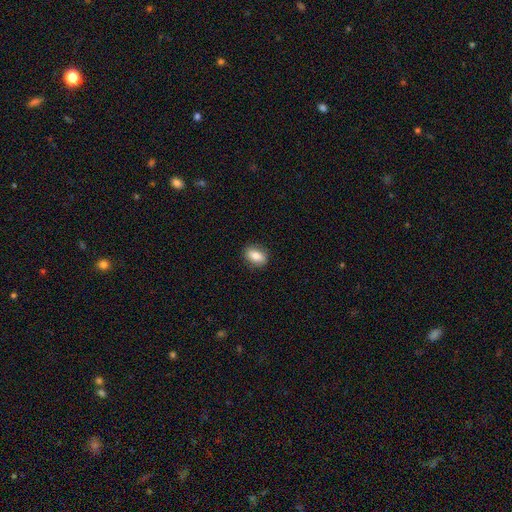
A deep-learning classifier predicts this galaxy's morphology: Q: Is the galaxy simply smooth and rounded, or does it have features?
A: smooth — 80%.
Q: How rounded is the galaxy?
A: in between — 82%.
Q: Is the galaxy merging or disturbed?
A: none — 87%.